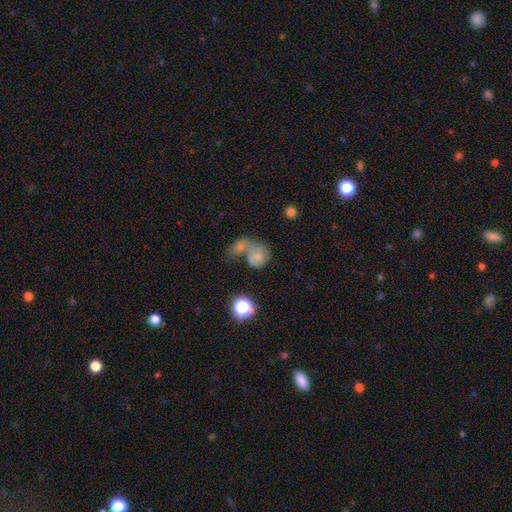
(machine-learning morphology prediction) smooth-or-featured: smooth: 64% | featured or disk: 24% | star or artifact: 12%
  how-rounded: round: 62% | in between: 37% | cigar-shaped: 2%
  merging: merger: 63% | none: 17% | major disturbance: 12% | minor disturbance: 8%